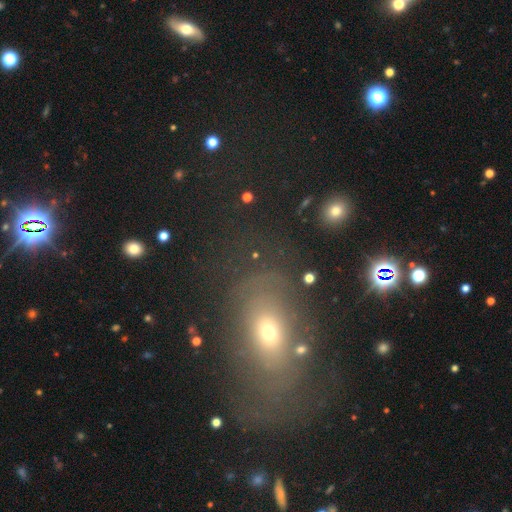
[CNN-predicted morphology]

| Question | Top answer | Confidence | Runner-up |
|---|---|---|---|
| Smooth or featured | smooth | 44% | star or artifact (34%) |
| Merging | none | 65% | minor disturbance (14%) |